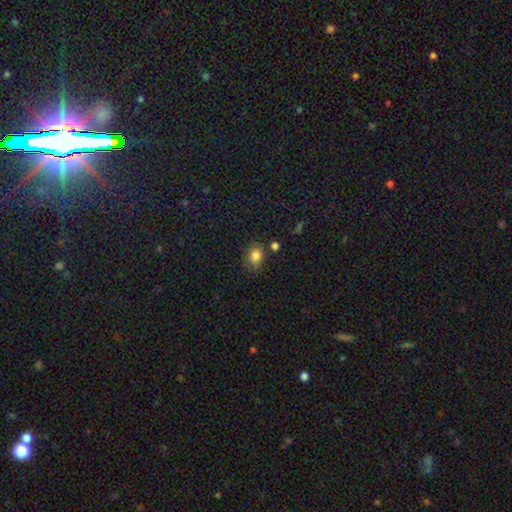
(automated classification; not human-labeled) Smooth or featured? Predicted: smooth (p=0.83). How rounded? Predicted: in between (p=0.59). Merging? Predicted: none (p=0.72).